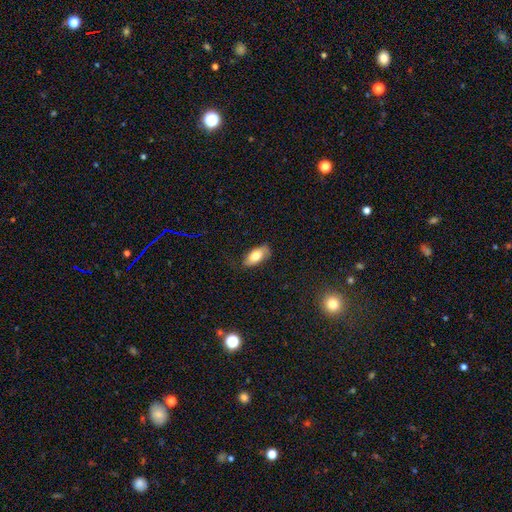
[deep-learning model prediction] Smooth or featured? Predicted: smooth (p=0.73). How rounded? Predicted: in between (p=0.90). Merging? Predicted: none (p=0.73).